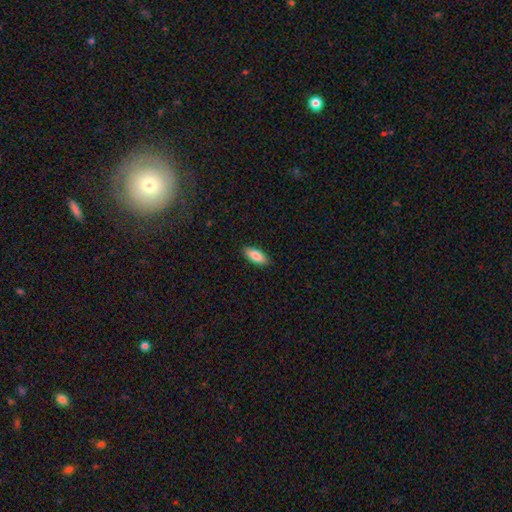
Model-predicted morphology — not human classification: The model was most divided on "how rounded": in between: 80%, cigar-shaped: 18%, round: 2%. More confident: merging — none (90%); smooth or featured — smooth (85%).